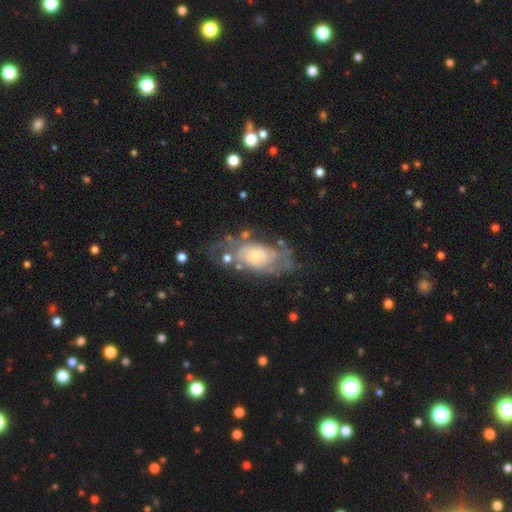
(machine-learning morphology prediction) type=featured or disk (72%); edge-on=no (95%); bar=no (76%); spiral arms=yes (78%); winding=tight (49%); arm count=can't tell (49%); bulge=small (60%); merging=none (47%).